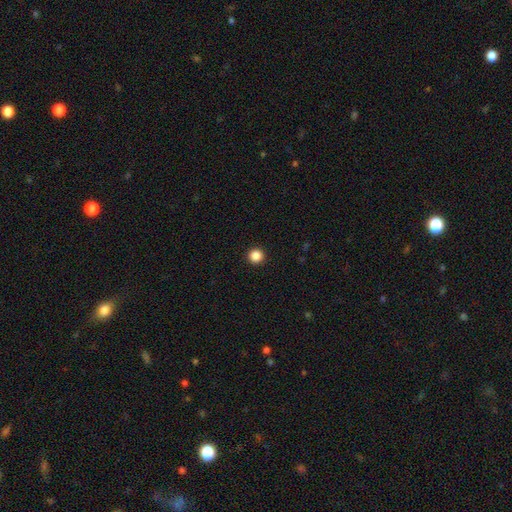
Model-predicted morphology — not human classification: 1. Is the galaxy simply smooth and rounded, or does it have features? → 86% smooth, 11% star or artifact, 3% featured or disk.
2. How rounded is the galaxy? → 96% round, 3% in between, 1% cigar-shaped.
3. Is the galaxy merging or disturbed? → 94% none, 4% minor disturbance, 1% major disturbance, 1% merger.